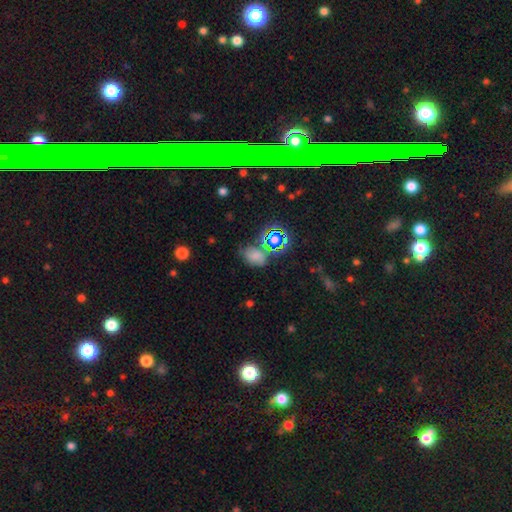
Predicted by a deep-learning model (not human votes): Morphology: type=smooth (60%); roundness=in between (70%); merging=none (59%).